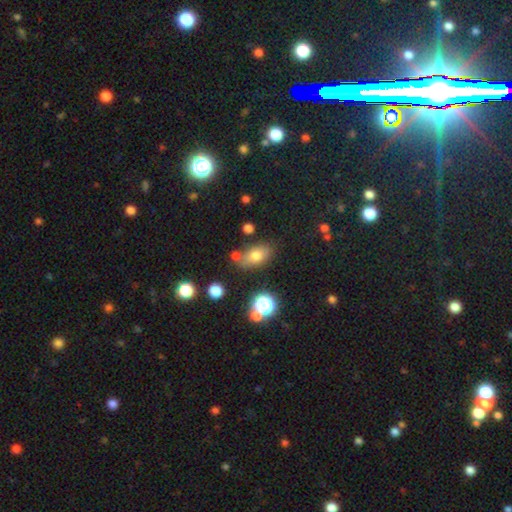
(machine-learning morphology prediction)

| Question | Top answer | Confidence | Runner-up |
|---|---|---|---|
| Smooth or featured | smooth | 72% | star or artifact (14%) |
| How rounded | in between | 82% | round (15%) |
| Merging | none | 69% | minor disturbance (16%) |